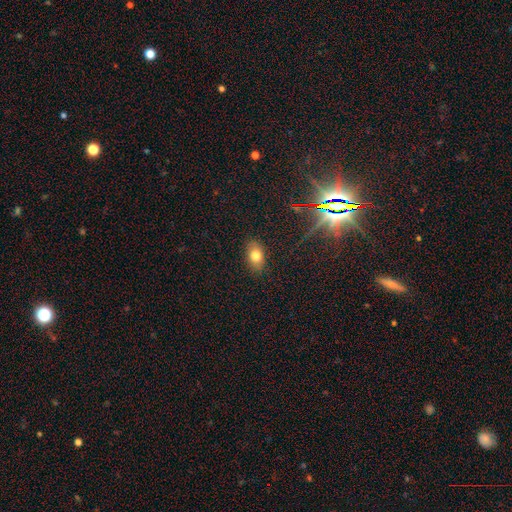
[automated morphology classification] smooth-or-featured: smooth: 77% | star or artifact: 12% | featured or disk: 11%
  how-rounded: in between: 86% | round: 11% | cigar-shaped: 2%
  merging: none: 87% | minor disturbance: 10% | major disturbance: 2% | merger: 1%